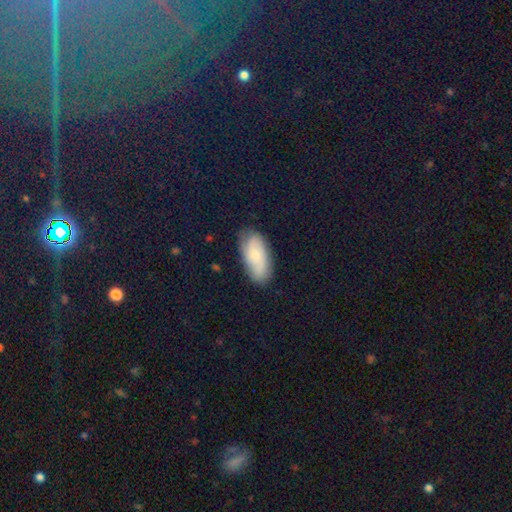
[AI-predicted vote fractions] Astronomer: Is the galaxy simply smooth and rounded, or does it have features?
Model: smooth — 56% (runner-up: featured or disk, 36%).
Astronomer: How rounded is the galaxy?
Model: in between — 88%.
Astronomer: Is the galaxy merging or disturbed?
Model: none — 75%.